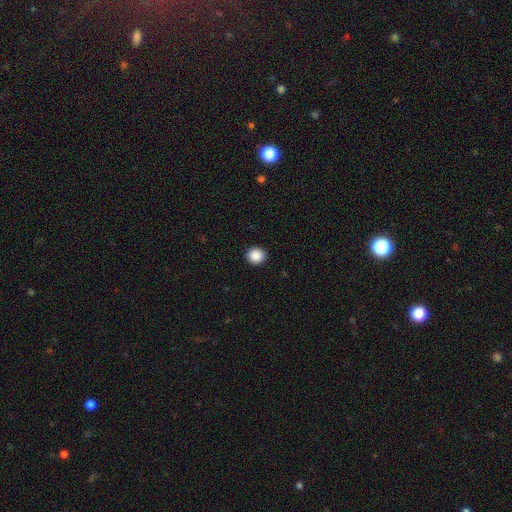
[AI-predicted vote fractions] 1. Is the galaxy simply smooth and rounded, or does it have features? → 88% smooth, 9% star or artifact, 3% featured or disk.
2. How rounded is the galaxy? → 87% round, 12% in between, 1% cigar-shaped.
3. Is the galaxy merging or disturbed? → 92% none, 5% minor disturbance, 2% major disturbance, 1% merger.